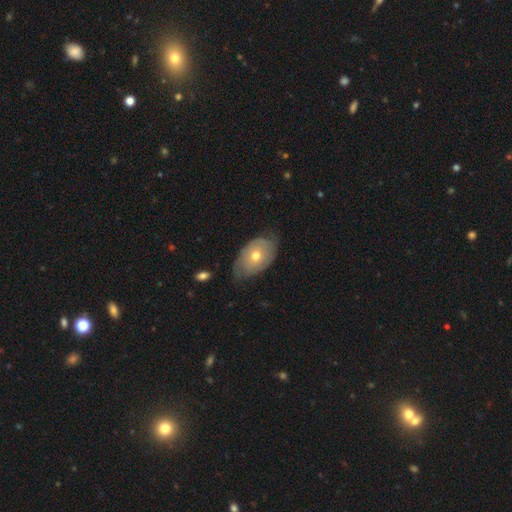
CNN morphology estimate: Overall: smooth (47%, tied with featured or disk). Merging: none (58%; minor disturbance 33%).